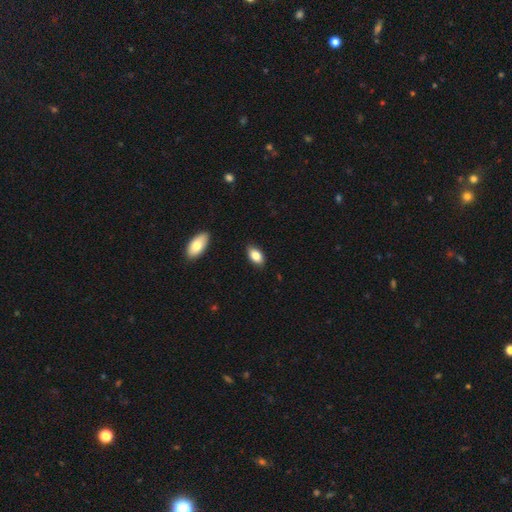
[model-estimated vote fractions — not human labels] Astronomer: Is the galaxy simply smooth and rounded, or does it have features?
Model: smooth — 83%.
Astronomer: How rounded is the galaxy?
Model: in between — 92%.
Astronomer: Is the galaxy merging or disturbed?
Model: none — 86%.